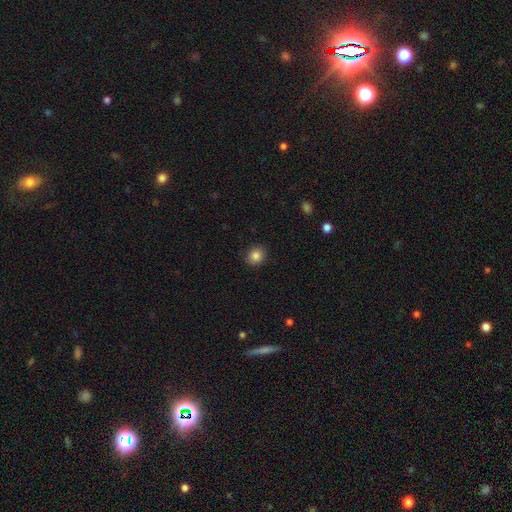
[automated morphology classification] smooth 84%, star or artifact 11%, featured or disk 5%. Down the decision tree: how rounded — round (73%); merging — none (90%).